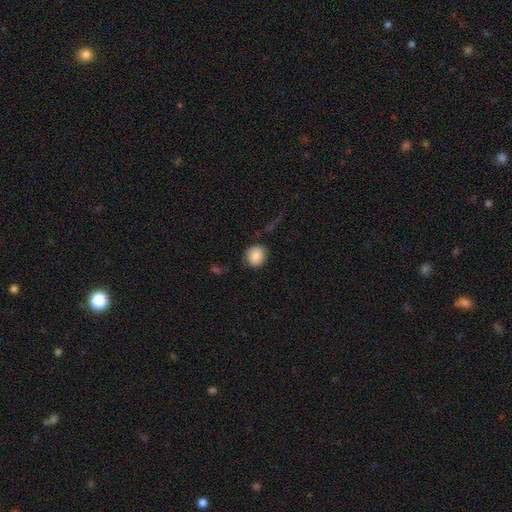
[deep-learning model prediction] Smooth or featured? smooth (87%)
How rounded? round (82%)
Merging? none (80%)